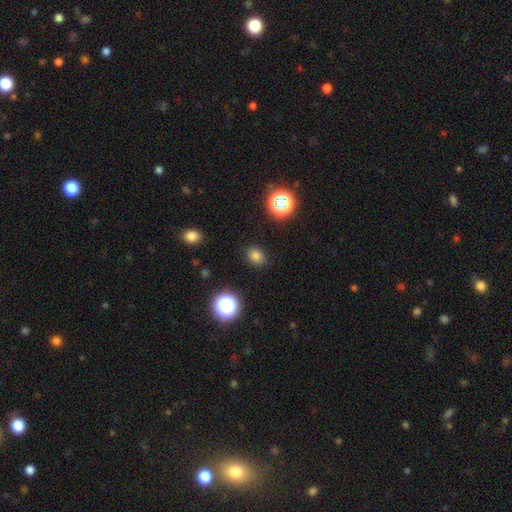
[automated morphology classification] smooth 77%, star or artifact 17%, featured or disk 6%. Down the decision tree: how rounded — round (57%); merging — none (87%).